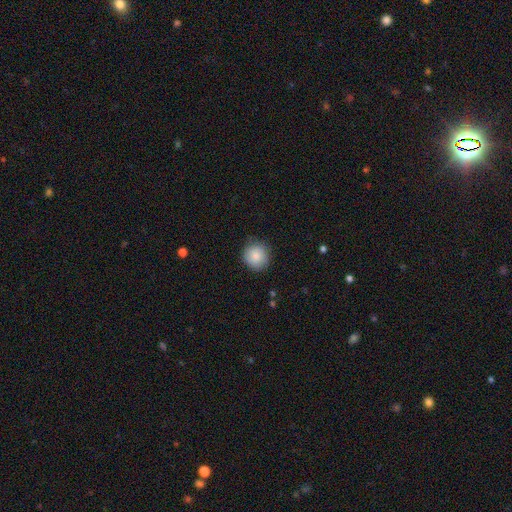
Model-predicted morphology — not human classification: Smooth or featured? Predicted: smooth (p=0.87). How rounded? Predicted: round (p=0.91). Merging? Predicted: none (p=0.84).